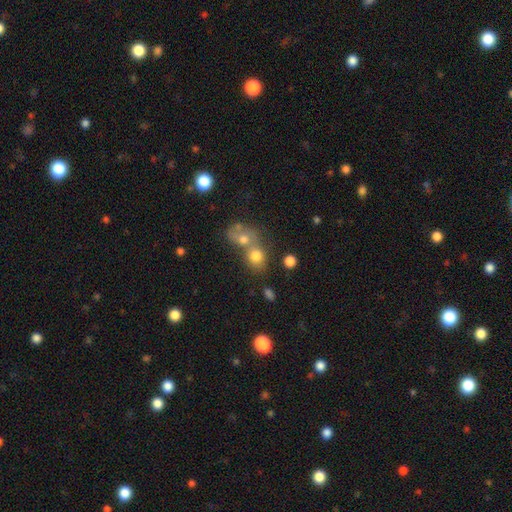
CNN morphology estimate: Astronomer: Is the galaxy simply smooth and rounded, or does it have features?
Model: smooth — 75%.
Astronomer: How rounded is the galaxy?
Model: round — 64%.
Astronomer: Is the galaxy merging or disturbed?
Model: merger — 55% (runner-up: none, 33%).